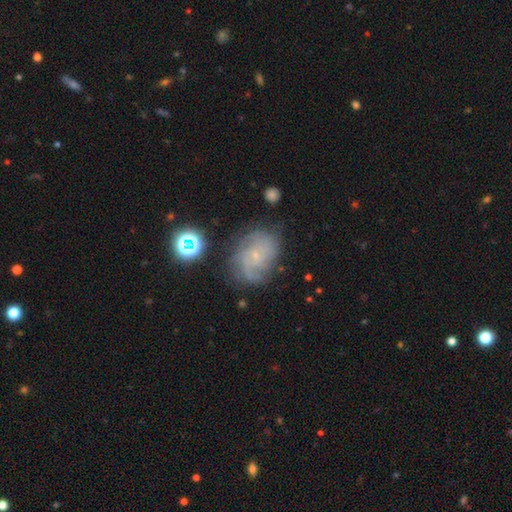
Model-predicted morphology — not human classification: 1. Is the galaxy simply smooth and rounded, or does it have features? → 68% featured or disk, 19% smooth, 13% star or artifact.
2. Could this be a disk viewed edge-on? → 97% no, 3% yes.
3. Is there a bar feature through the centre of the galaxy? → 70% no, 26% weak, 4% strong.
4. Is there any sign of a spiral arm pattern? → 90% yes, 10% no.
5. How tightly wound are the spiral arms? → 46% tight, 39% medium, 15% loose.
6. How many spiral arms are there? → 41% can't tell, 25% 2, 16% 3, 7% 4, 6% 1, 5% more than 4.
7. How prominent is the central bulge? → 79% small, 10% moderate, 9% none, 1% large, 1% dominant.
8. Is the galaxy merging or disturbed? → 65% none, 21% minor disturbance, 11% major disturbance, 3% merger.